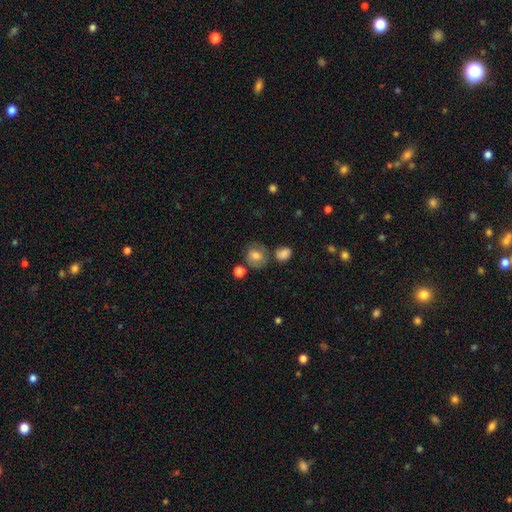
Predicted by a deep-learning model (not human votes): This is likely a smooth galaxy (72%). How rounded: likely round (73%). Merging: likely none (65%).